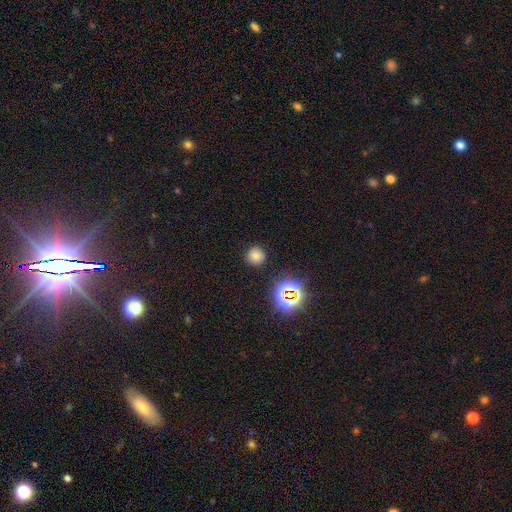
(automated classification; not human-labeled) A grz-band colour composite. It shows a smooth galaxy with no disk features (71%) that is round (93%). Merging: none (88%).